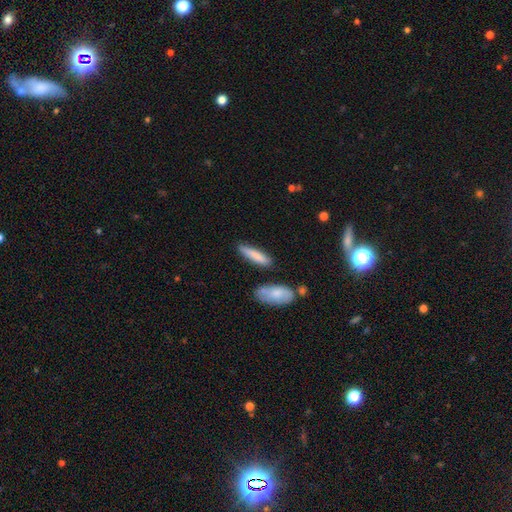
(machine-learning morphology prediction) This appears to be a smooth galaxy with no disk features (80%) that is cigar-shaped (78%). Merging: none (78%).